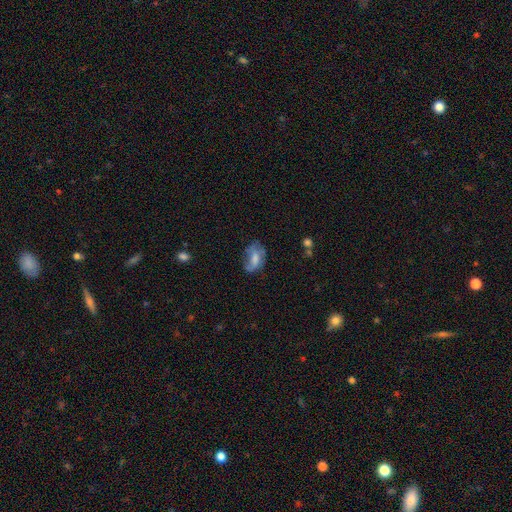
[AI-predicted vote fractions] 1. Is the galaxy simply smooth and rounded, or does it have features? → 45% featured or disk, 43% smooth, 12% star or artifact.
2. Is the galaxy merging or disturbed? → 51% none, 28% minor disturbance, 18% major disturbance, 3% merger.